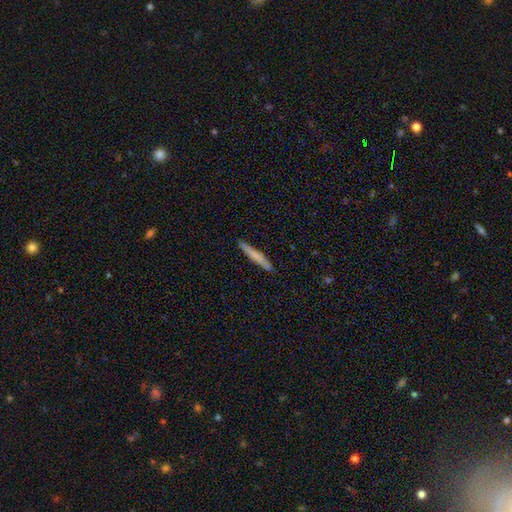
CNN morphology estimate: type=smooth (69%); roundness=cigar-shaped (95%); merging=none (89%).